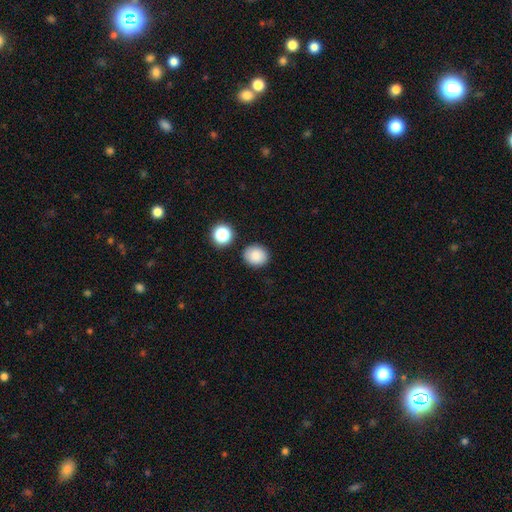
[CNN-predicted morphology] Q: Smooth or featured?
A: smooth (85%); runner-up: star or artifact (10%)
Q: How rounded?
A: round (78%); runner-up: in between (21%)
Q: Merging?
A: none (85%); runner-up: minor disturbance (9%)